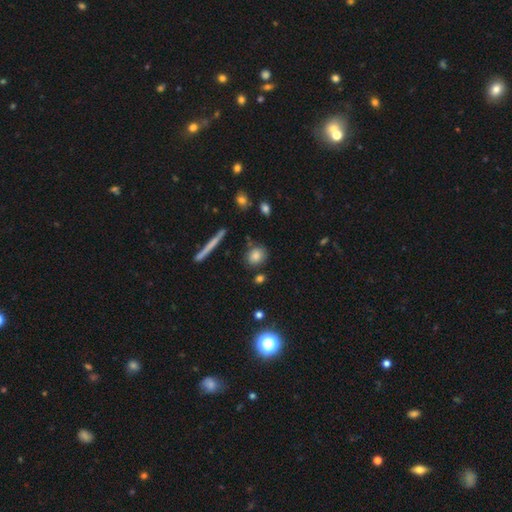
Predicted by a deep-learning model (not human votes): Overall: smooth (82%). How rounded: round (69%). Merging: none (78%).